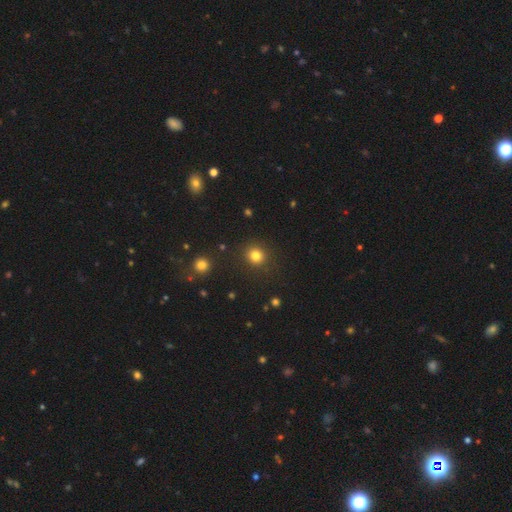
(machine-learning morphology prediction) smooth-or-featured: smooth: 81% | star or artifact: 13% | featured or disk: 5%
  how-rounded: round: 89% | in between: 10% | cigar-shaped: 1%
  merging: none: 90% | minor disturbance: 6% | major disturbance: 3% | merger: 2%